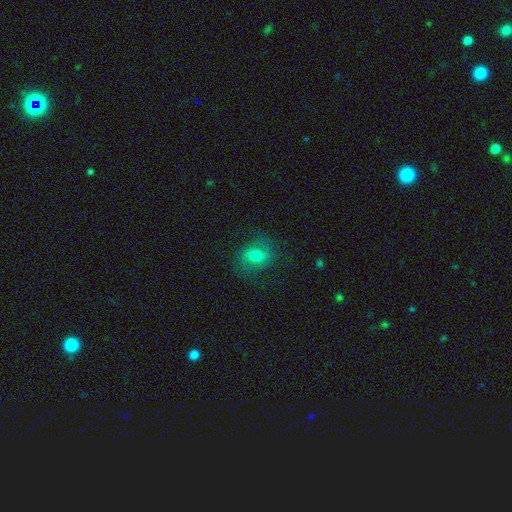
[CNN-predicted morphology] type=smooth (47%); merging=none (70%).